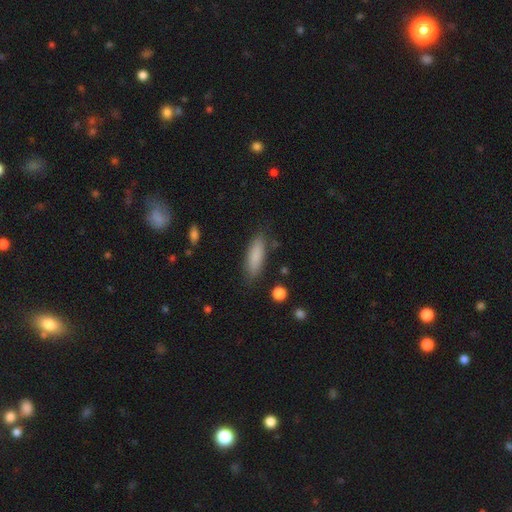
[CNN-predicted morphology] A smooth galaxy with no disk features (84%) that is in between round and cigar-shaped (53%). Merging: none (82%).